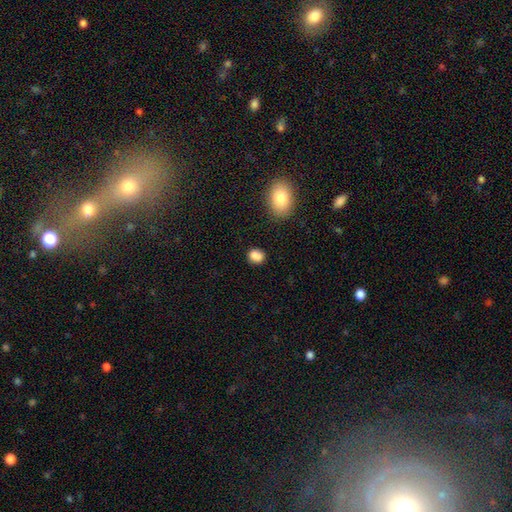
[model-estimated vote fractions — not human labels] Overall: smooth (84%). How rounded: round (60%; in between 39%). Merging: none (67%).